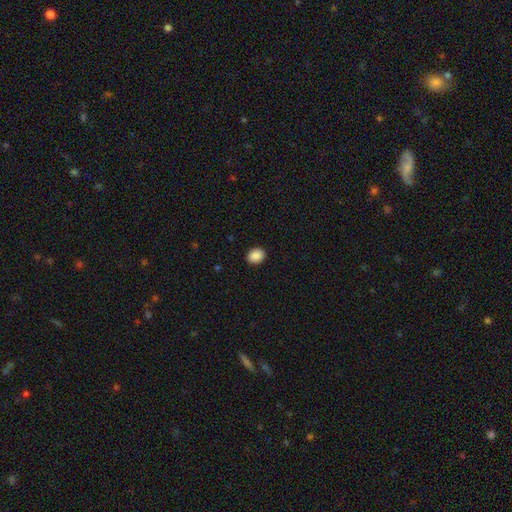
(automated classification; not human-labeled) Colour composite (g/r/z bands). It shows a smooth galaxy with no disk features (89%) that is in between round and cigar-shaped (50%, tied with round). Merging: none (91%).